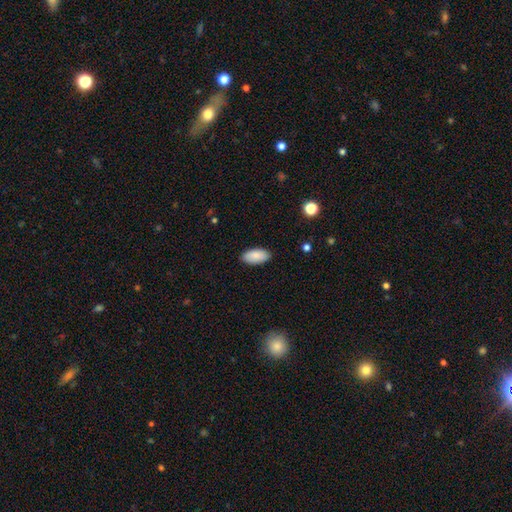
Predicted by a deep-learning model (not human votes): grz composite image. It shows a smooth galaxy with no disk features (88%) that is in between round and cigar-shaped (94%). Merging: none (88%).